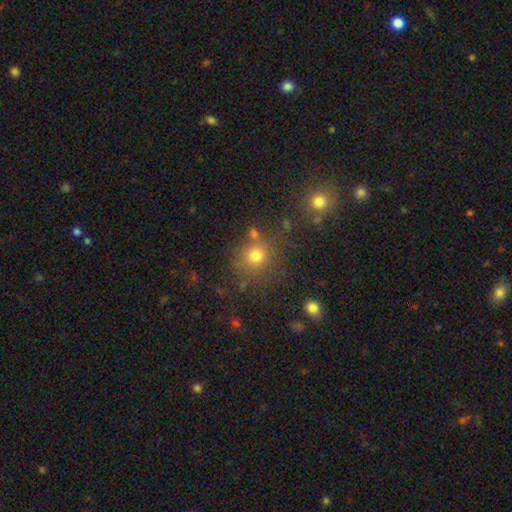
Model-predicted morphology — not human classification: Q: Smooth or featured?
A: smooth (74%); runner-up: star or artifact (18%)
Q: How rounded?
A: round (88%); runner-up: in between (11%)
Q: Merging?
A: none (75%); runner-up: minor disturbance (11%)